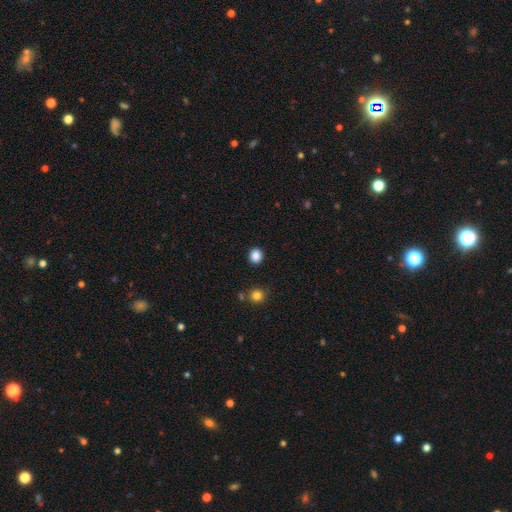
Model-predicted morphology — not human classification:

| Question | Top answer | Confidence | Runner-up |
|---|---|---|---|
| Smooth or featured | smooth | 87% | star or artifact (10%) |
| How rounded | round | 80% | in between (20%) |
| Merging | none | 90% | minor disturbance (6%) |